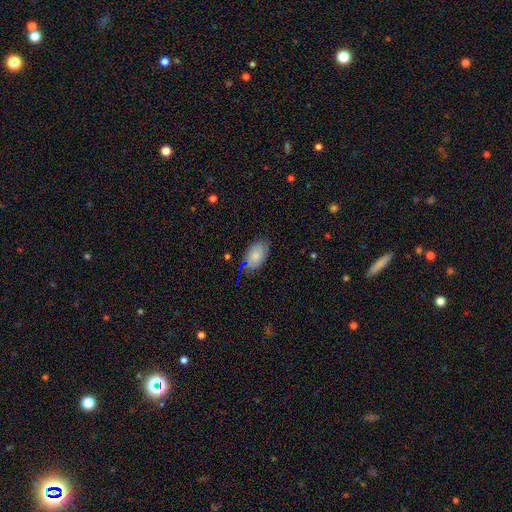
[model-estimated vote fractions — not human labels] Smooth or featured: smooth — 82% (featured or disk — 11%)
How rounded: in between — 92% (round — 6%)
Merging: none — 75% (minor disturbance — 18%)